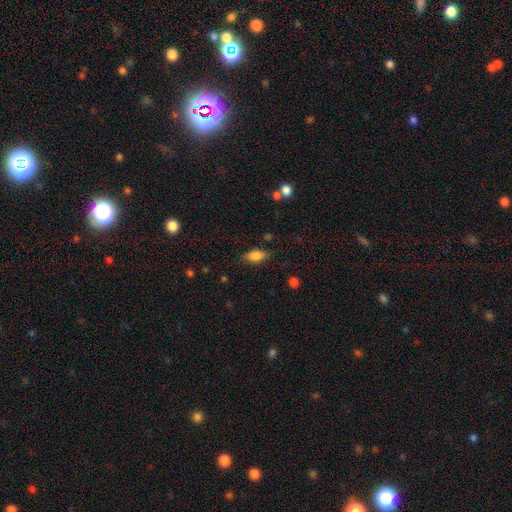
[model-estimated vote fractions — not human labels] Smooth or featured?
  - smooth: 80% *
  - featured or disk: 11%
  - star or artifact: 9%
How rounded?
  - in between: 86% *
  - cigar-shaped: 8%
  - round: 6%
Merging?
  - none: 79% *
  - minor disturbance: 16%
  - major disturbance: 4%
  - merger: 2%